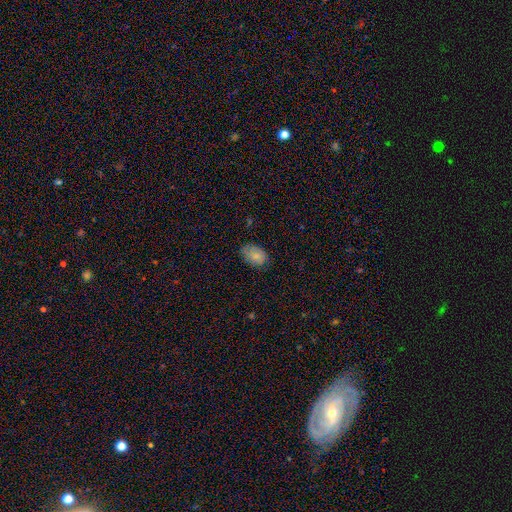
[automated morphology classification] smooth_or_featured: smooth (p=0.78) [alt: featured or disk p=0.14]
how_rounded: in between (p=0.86) [alt: round p=0.13]
merging: none (p=0.69) [alt: minor disturbance p=0.25]